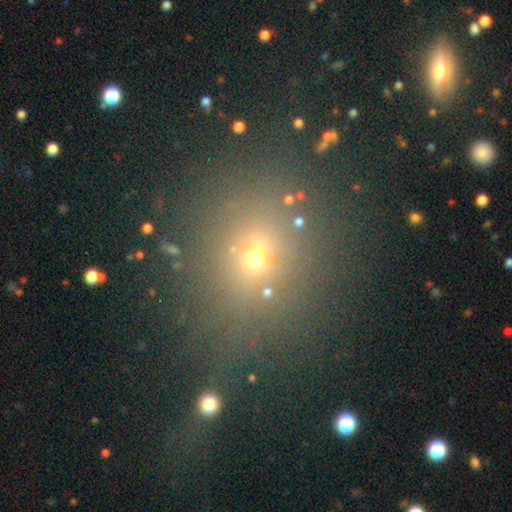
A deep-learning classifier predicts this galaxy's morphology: Smooth or featured?
  - smooth: 52% *
  - star or artifact: 35%
  - featured or disk: 14%
How rounded?
  - round: 72% *
  - in between: 26%
  - cigar-shaped: 2%
Merging?
  - none: 78% *
  - minor disturbance: 11%
  - major disturbance: 6%
  - merger: 5%